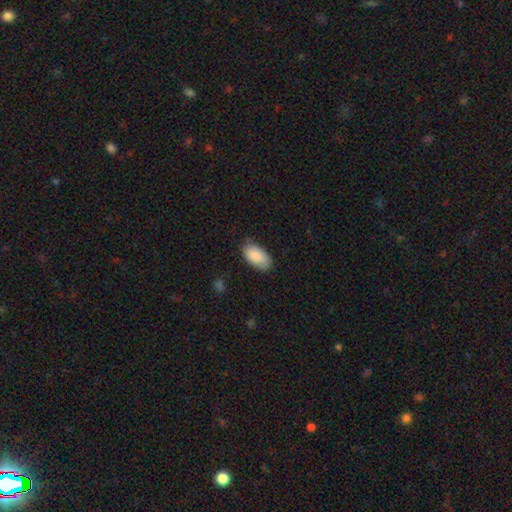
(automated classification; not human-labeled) This appears to be a smooth galaxy with no disk features (88%) that is in between round and cigar-shaped (95%). Merging: none (74%).